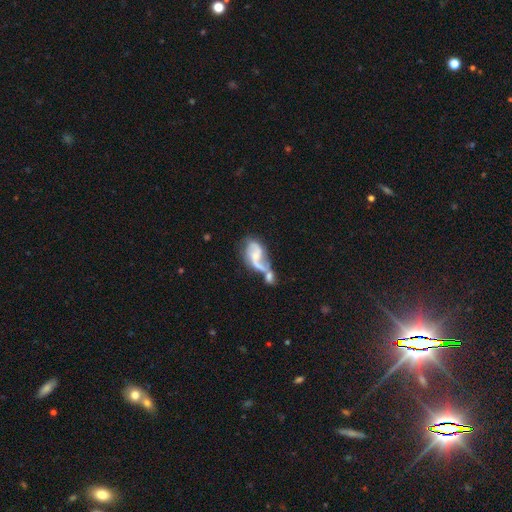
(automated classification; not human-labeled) A featured or disk galaxy (77%) with no bar (48%), 2 (81%) loose (58%) spiral arms (90%) and a small central bulge (49%). Merging: merger (52%).